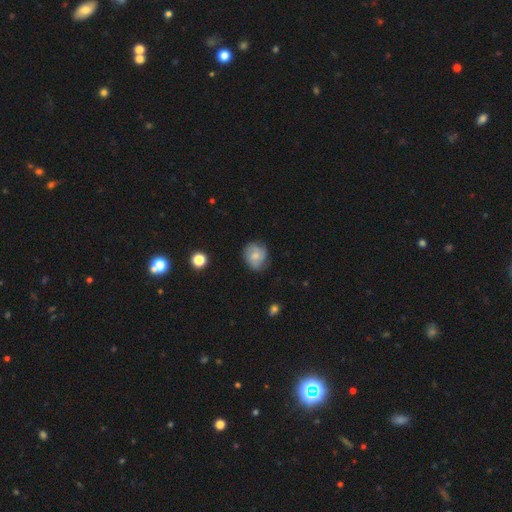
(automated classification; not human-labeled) Smooth or featured? Predicted: smooth (p=0.60). How rounded? Predicted: round (p=0.70). Merging? Predicted: none (p=0.71).